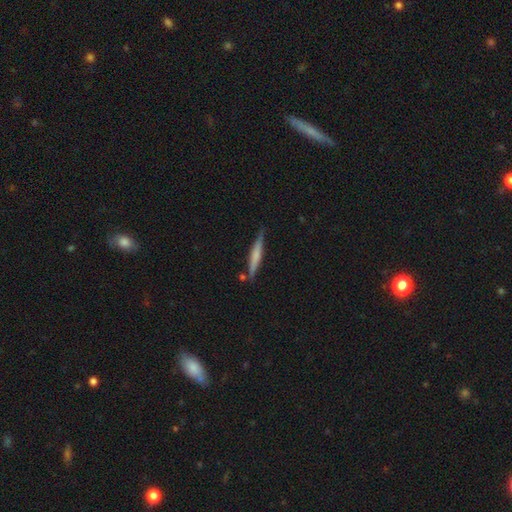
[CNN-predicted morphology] Smooth or featured? smooth (52%)
How rounded? cigar-shaped (94%)
Merging? none (81%)